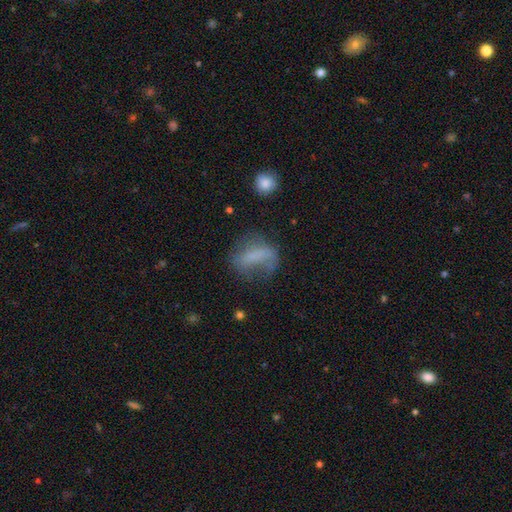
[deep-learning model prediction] This is possibly a smooth galaxy (55%). How rounded: likely in between (65%). Merging: marginally none (40%).